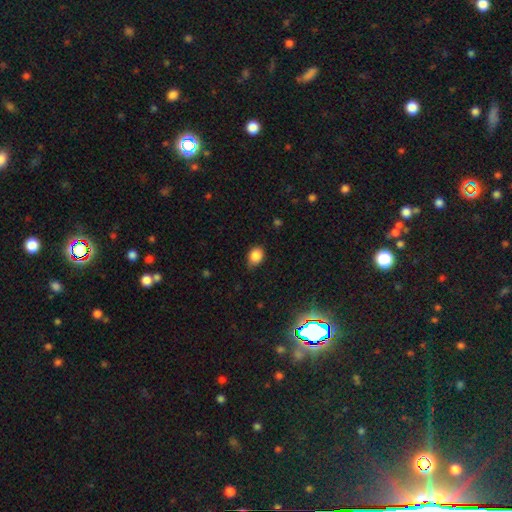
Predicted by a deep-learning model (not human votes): The model was most divided on "how rounded": in between: 55%, round: 44%, cigar-shaped: 1%. More confident: smooth or featured — smooth (85%); merging — none (71%).